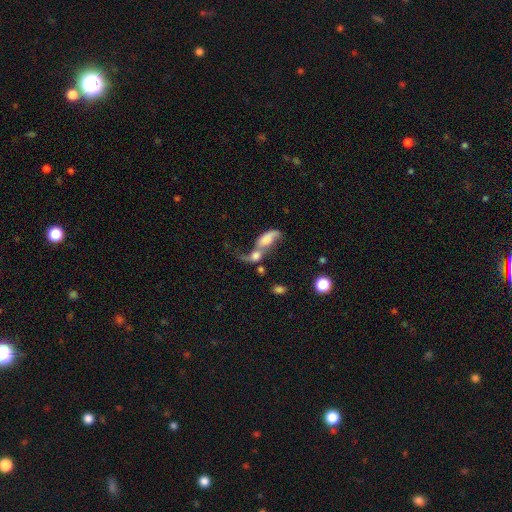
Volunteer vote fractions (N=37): Smooth or featured?
  - smooth: 59% *
  - featured or disk: 35%
  - star or artifact: 5%
How rounded?
  - in between: 55% *
  - round: 36%
  - cigar-shaped: 9%
Merging?
  - merger: 77% *
  - none: 17%
  - major disturbance: 6%
  - minor disturbance: 0%